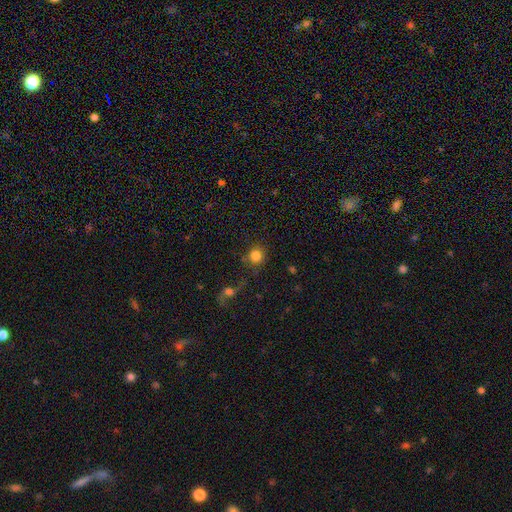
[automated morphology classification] type=smooth (83%); roundness=round (91%); merging=none (73%).